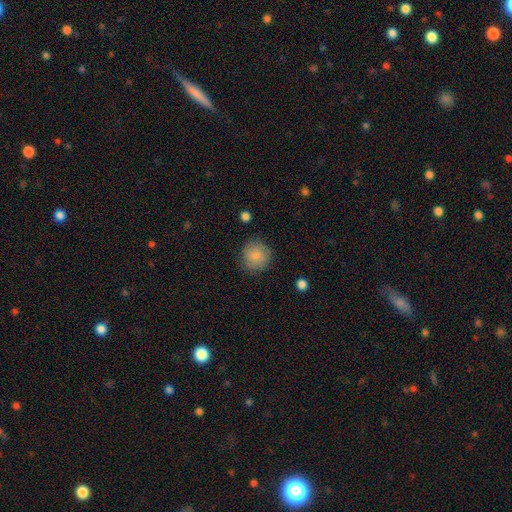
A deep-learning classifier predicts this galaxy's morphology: smooth_or_featured: smooth (p=0.86) [alt: star or artifact p=0.07]
how_rounded: round (p=0.92) [alt: in between p=0.07]
merging: none (p=0.85) [alt: minor disturbance p=0.11]